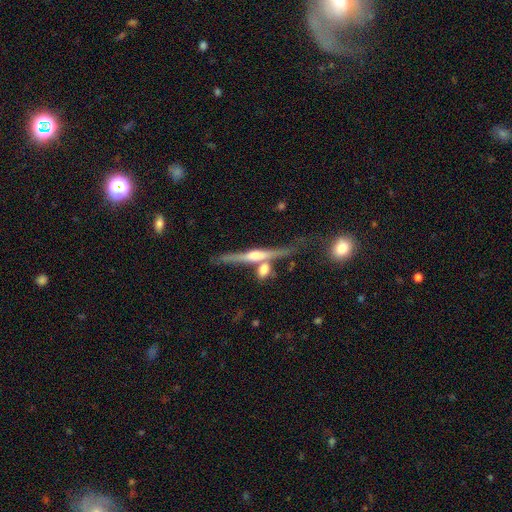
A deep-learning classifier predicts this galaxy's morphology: smooth-or-featured: featured or disk: 77% | smooth: 16% | star or artifact: 7%
  disk-edge-on: yes: 97% | no: 3%
    edge-on-bulge: rounded: 81% | boxy: 10% | none: 9%
  merging: none: 70% | merger: 14% | minor disturbance: 13% | major disturbance: 4%